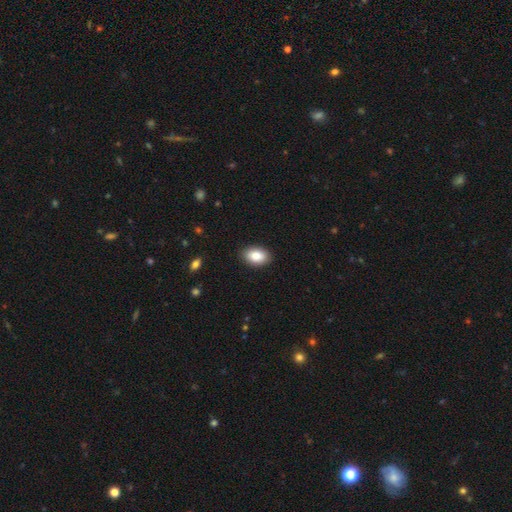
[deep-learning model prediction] Smooth or featured: smooth — 85% (featured or disk — 7%)
How rounded: in between — 90% (round — 9%)
Merging: none — 89% (minor disturbance — 8%)